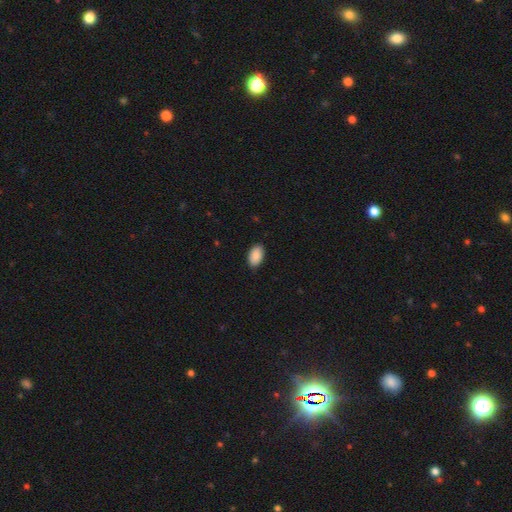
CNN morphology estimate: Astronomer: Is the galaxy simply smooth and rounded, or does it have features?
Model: smooth — 90%.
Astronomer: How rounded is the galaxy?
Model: in between — 94%.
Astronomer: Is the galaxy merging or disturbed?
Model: none — 88%.